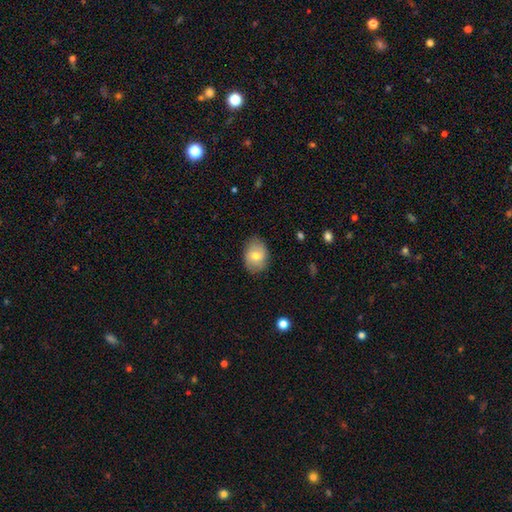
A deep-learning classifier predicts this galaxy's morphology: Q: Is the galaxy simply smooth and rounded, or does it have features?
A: smooth — 74%.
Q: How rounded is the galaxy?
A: in between — 69%.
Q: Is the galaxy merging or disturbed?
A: none — 82%.